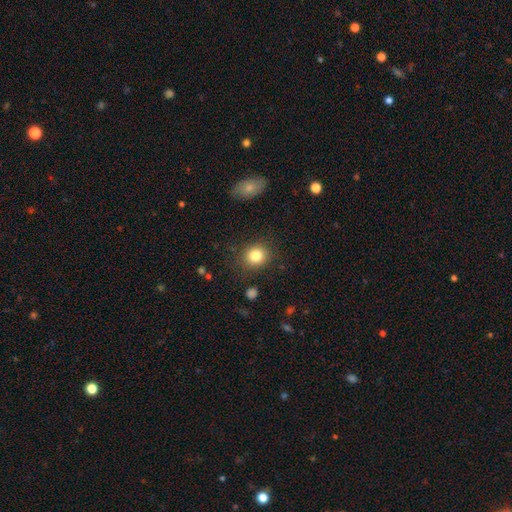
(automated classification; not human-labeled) smooth 82%, star or artifact 10%, featured or disk 7%. Down the decision tree: how rounded — round (77%); merging — none (85%).